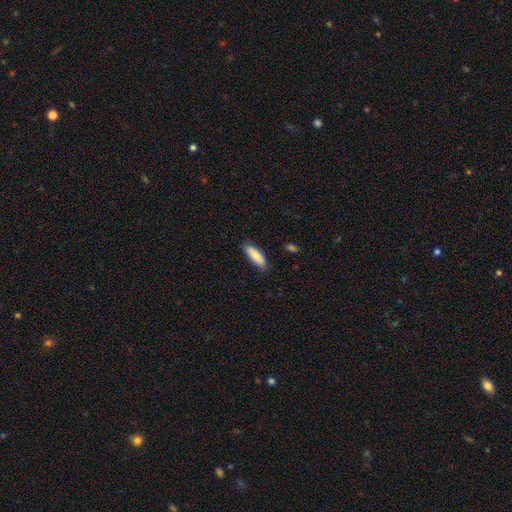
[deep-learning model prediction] Smooth or featured? Predicted: smooth (p=0.82). How rounded? Predicted: in between (p=0.51). Merging? Predicted: none (p=0.86).